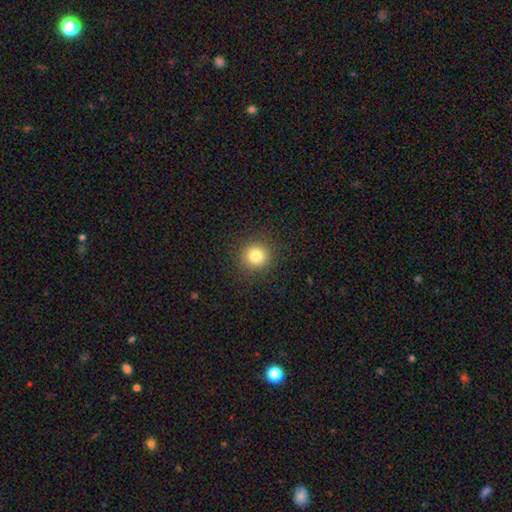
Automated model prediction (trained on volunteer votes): This appears to be a smooth galaxy with no disk features (82%) that is round (93%). Merging: none (91%).